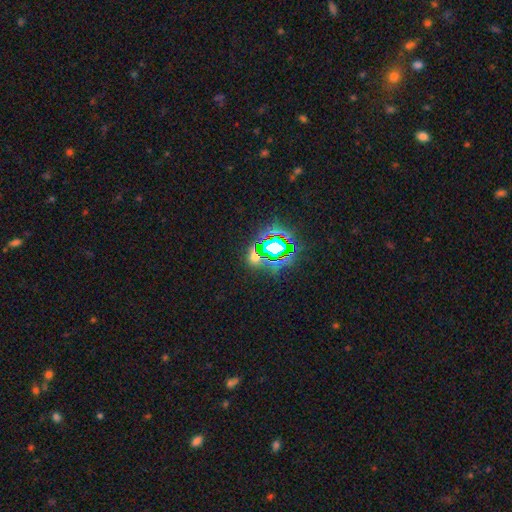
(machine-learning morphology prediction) smooth_or_featured: star or artifact (p=0.70) [alt: smooth p=0.21]